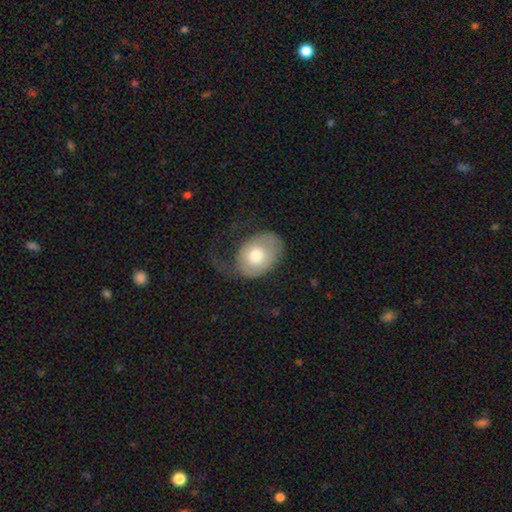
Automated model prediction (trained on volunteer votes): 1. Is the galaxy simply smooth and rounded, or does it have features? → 60% smooth, 34% featured or disk, 6% star or artifact.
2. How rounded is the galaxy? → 70% in between, 29% round, 1% cigar-shaped.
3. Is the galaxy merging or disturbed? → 39% major disturbance, 35% none, 24% minor disturbance, 2% merger.